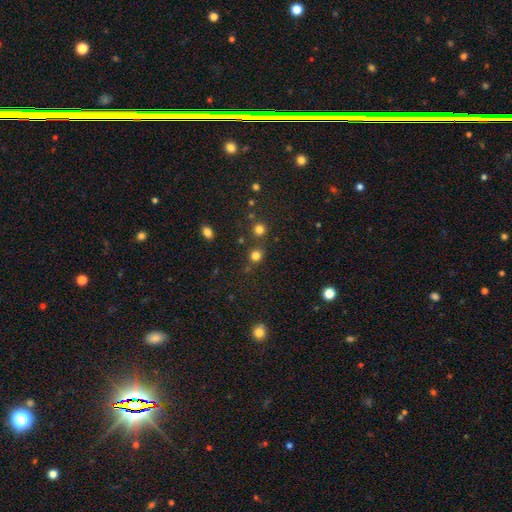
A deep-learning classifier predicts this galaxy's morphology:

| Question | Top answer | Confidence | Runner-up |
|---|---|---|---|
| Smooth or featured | smooth | 77% | star or artifact (18%) |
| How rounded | round | 86% | in between (13%) |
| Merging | none | 76% | merger (11%) |